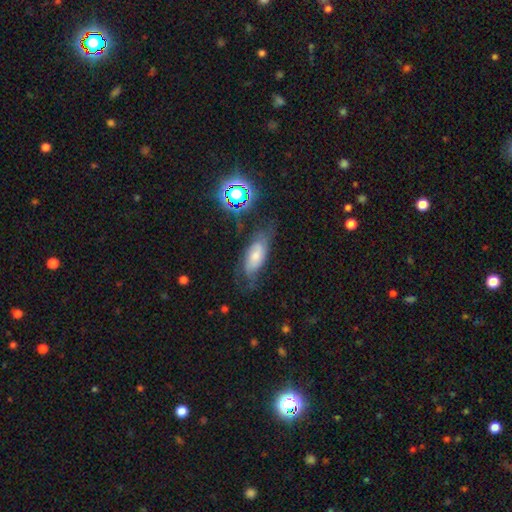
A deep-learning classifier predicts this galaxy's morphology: smooth 46%, featured or disk 42%, star or artifact 12%. Down the decision tree: merging — none (55%).